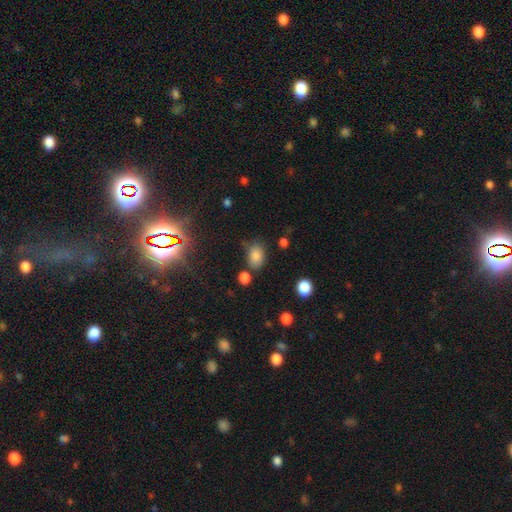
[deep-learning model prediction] A smooth galaxy with no disk features (82%) that is in between round and cigar-shaped (82%).

Vote fractions:
- Smooth or featured? smooth: 82% / star or artifact: 11% / featured or disk: 7%
- How rounded? in between: 82% / round: 16% / cigar-shaped: 1%
- Merging? none: 72% / minor disturbance: 16% / merger: 7% / major disturbance: 5%